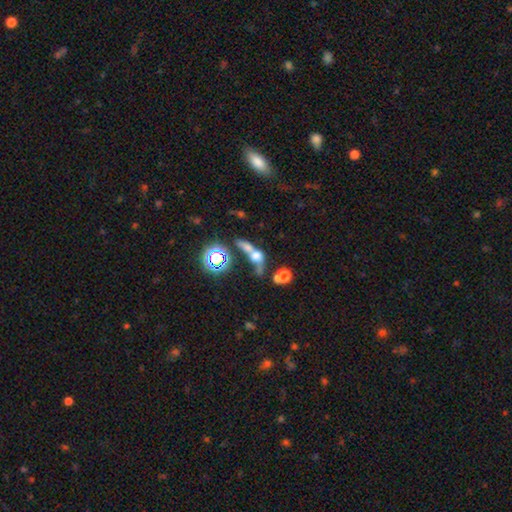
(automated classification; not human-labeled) A smooth galaxy with no disk features (47%). Merging: merger (57%).